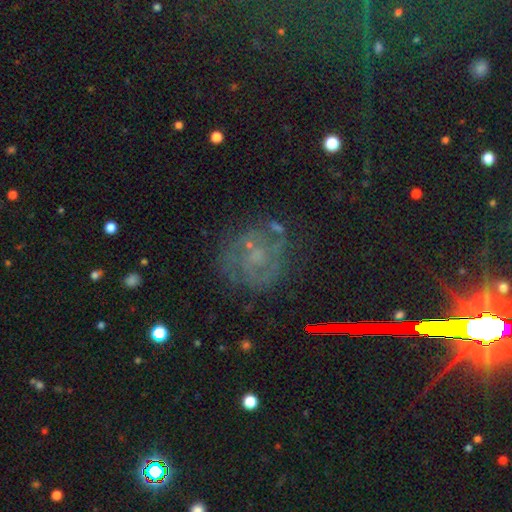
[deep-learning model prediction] Overall: featured or disk (45%; star or artifact 34%). Merging: none (72%).